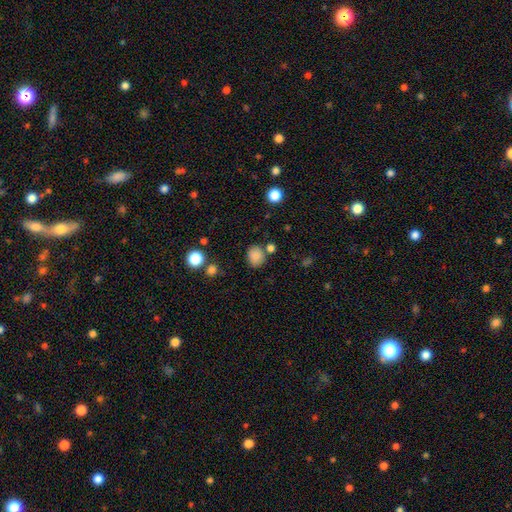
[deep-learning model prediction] A smooth galaxy with no disk features (84%) that is round (67%).

Vote fractions:
- Smooth or featured? smooth: 84% / star or artifact: 11% / featured or disk: 5%
- How rounded? round: 67% / in between: 32% / cigar-shaped: 1%
- Merging? none: 75% / minor disturbance: 13% / merger: 9% / major disturbance: 4%